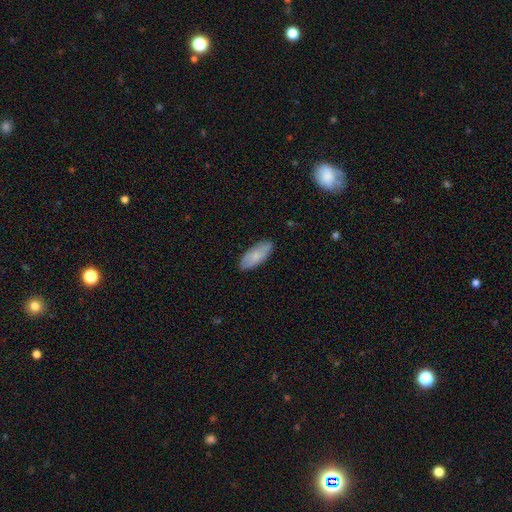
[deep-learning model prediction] This is likely a smooth galaxy (76%). How rounded: likely in between (80%). Merging: clearly none (84%).